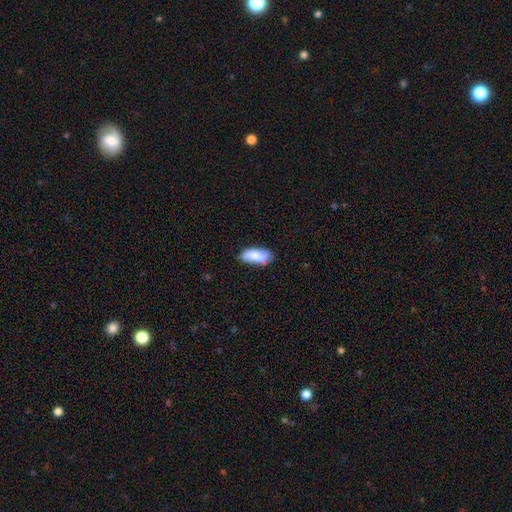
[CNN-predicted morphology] Smooth or featured: smooth — 75% (featured or disk — 18%)
How rounded: in between — 83% (cigar-shaped — 15%)
Merging: none — 64% (minor disturbance — 25%)